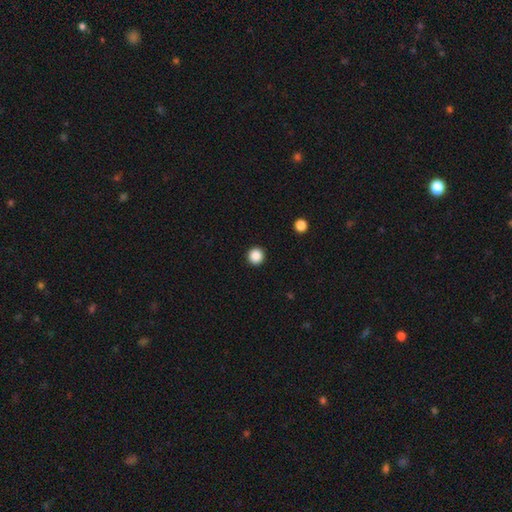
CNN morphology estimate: Smooth or featured? Predicted: smooth (p=0.88). How rounded? Predicted: round (p=0.96). Merging? Predicted: none (p=0.93).